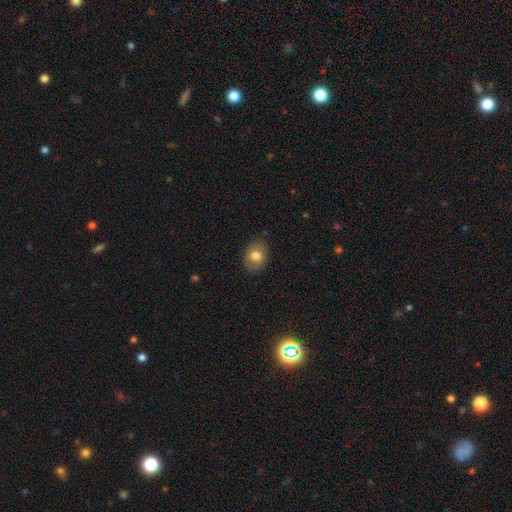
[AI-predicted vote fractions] Morphology: type=smooth (75%); roundness=in between (59%); merging=none (84%).